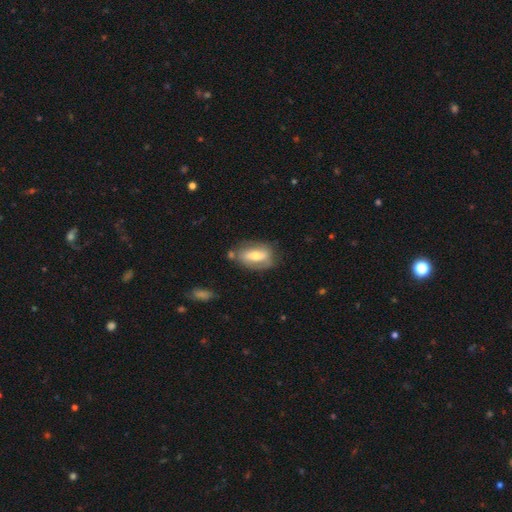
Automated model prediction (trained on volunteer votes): Smooth or featured?
  - smooth: 47% *
  - featured or disk: 46%
  - star or artifact: 7%
Merging?
  - none: 66% *
  - minor disturbance: 20%
  - merger: 7%
  - major disturbance: 6%